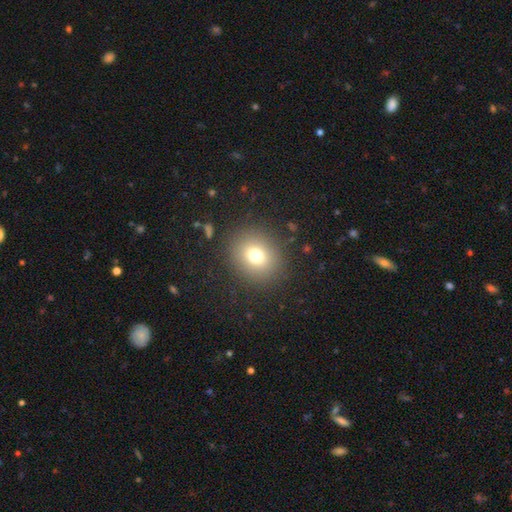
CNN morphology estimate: Overall: smooth (73%). How rounded: round (78%). Merging: none (87%).